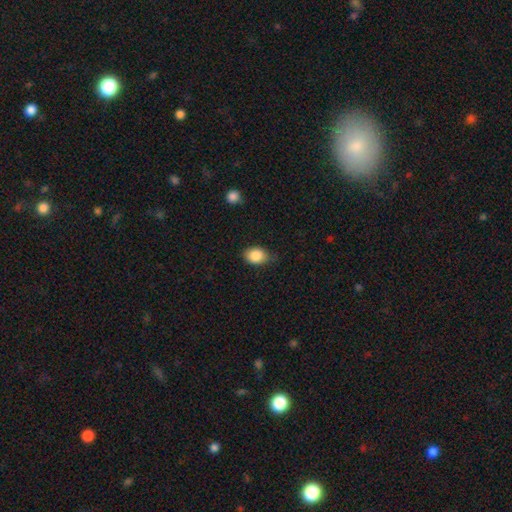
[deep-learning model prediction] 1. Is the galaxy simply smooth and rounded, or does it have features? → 86% smooth, 8% star or artifact, 6% featured or disk.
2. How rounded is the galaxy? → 68% in between, 31% round, 1% cigar-shaped.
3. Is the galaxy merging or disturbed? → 71% none, 23% minor disturbance, 4% major disturbance, 1% merger.